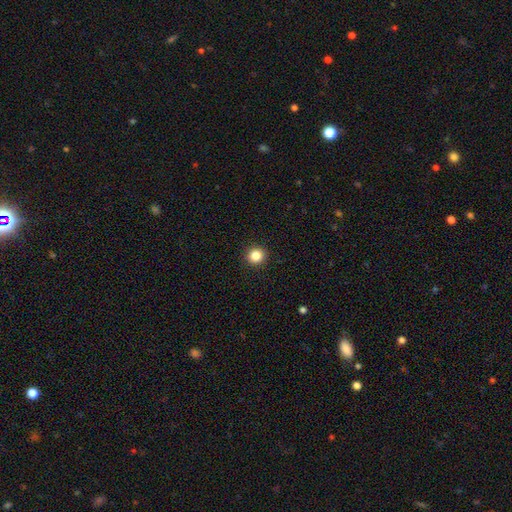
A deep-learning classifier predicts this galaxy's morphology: Smooth or featured? Predicted: smooth (p=0.85). How rounded? Predicted: round (p=0.94). Merging? Predicted: none (p=0.93).